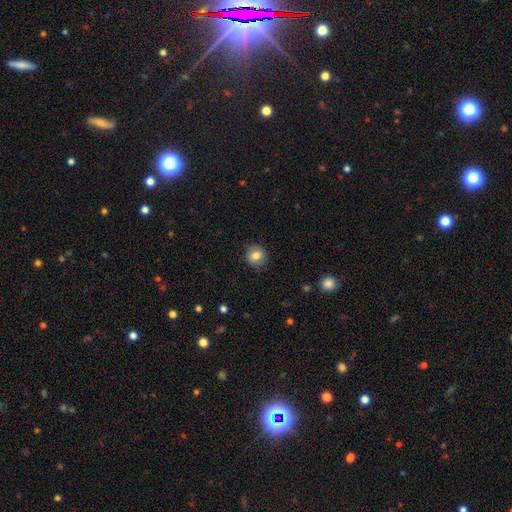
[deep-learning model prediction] A smooth galaxy with no disk features (82%) that is round (89%).

Vote fractions:
- Smooth or featured? smooth: 82% / star or artifact: 9% / featured or disk: 9%
- How rounded? round: 89% / in between: 10% / cigar-shaped: 1%
- Merging? none: 85% / minor disturbance: 12% / major disturbance: 3% / merger: 1%